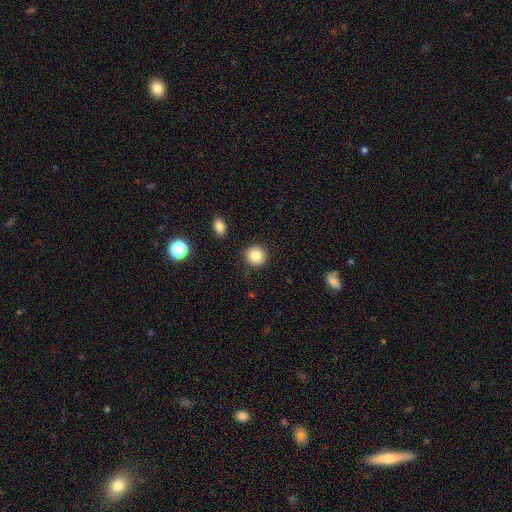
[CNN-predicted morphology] smooth 85%, star or artifact 10%, featured or disk 6%. Down the decision tree: how rounded — round (93%); merging — none (90%).